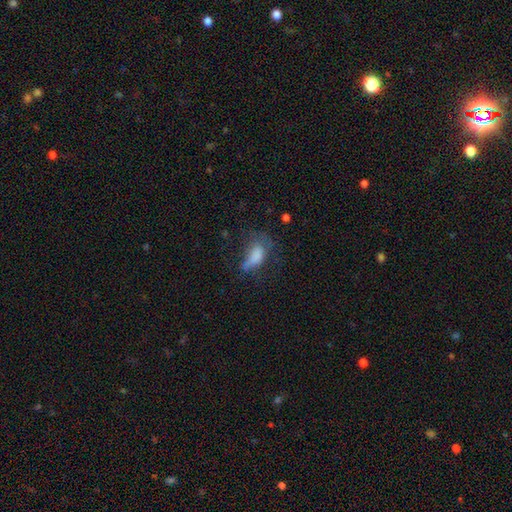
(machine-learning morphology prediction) A smooth galaxy with no disk features (59%) that is in between round and cigar-shaped (79%). Merging: major disturbance (38%).